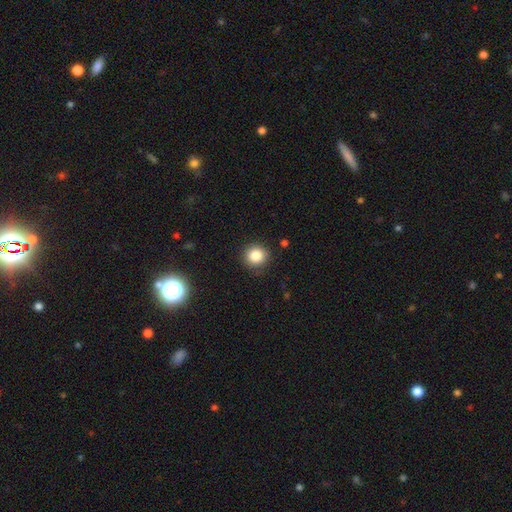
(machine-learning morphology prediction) A smooth galaxy with no disk features (84%) that is round (93%). Merging: none (89%).